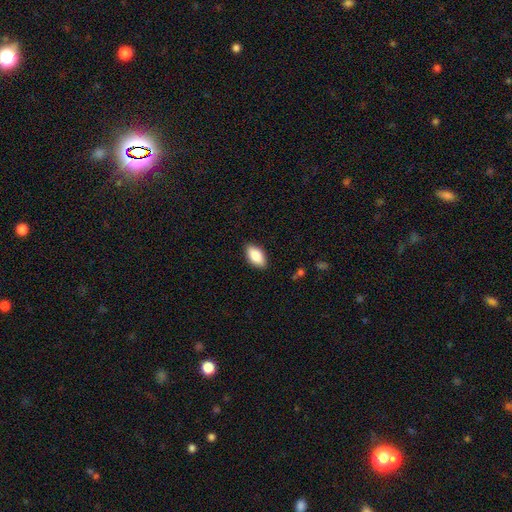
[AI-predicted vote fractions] Q: Smooth or featured?
A: smooth (86%); runner-up: featured or disk (8%)
Q: How rounded?
A: in between (93%); runner-up: cigar-shaped (4%)
Q: Merging?
A: none (87%); runner-up: minor disturbance (10%)